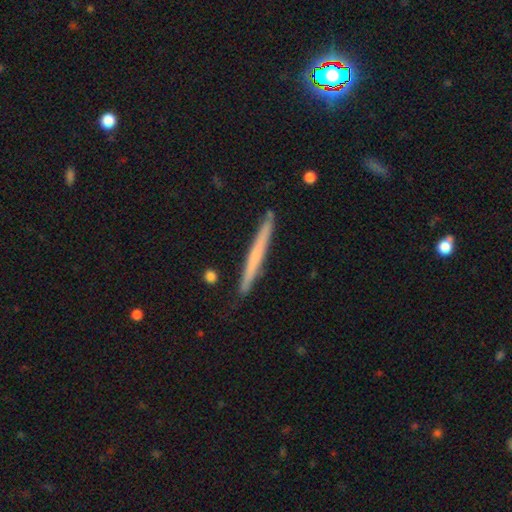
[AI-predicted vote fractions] Smooth or featured?
  - smooth: 48% *
  - featured or disk: 46%
  - star or artifact: 6%
Merging?
  - none: 90% *
  - minor disturbance: 7%
  - merger: 1%
  - major disturbance: 1%